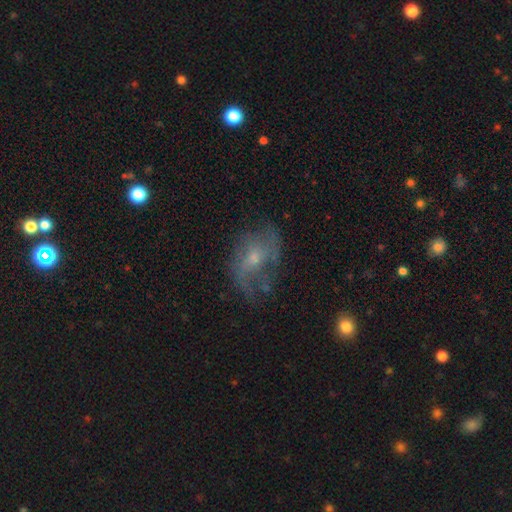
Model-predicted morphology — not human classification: type=featured or disk (63%); edge-on=no (95%); bar=no (68%); spiral arms=yes (70%); bulge=small (55%); merging=none (54%).